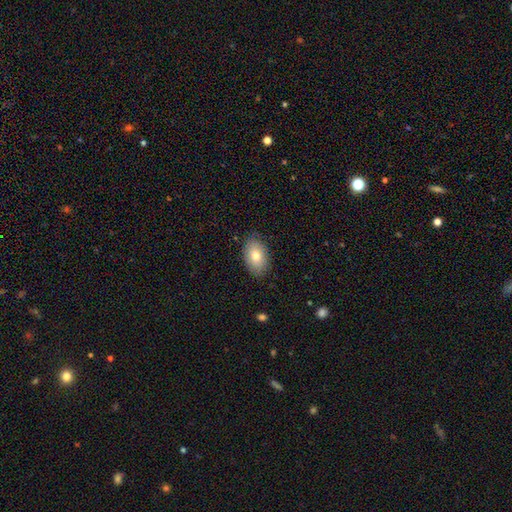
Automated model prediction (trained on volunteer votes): A smooth galaxy with no disk features (79%) that is in between round and cigar-shaped (92%).

Vote fractions:
- Smooth or featured? smooth: 79% / featured or disk: 15% / star or artifact: 7%
- How rounded? in between: 92% / round: 7% / cigar-shaped: 1%
- Merging? none: 84% / minor disturbance: 12% / major disturbance: 2% / merger: 1%